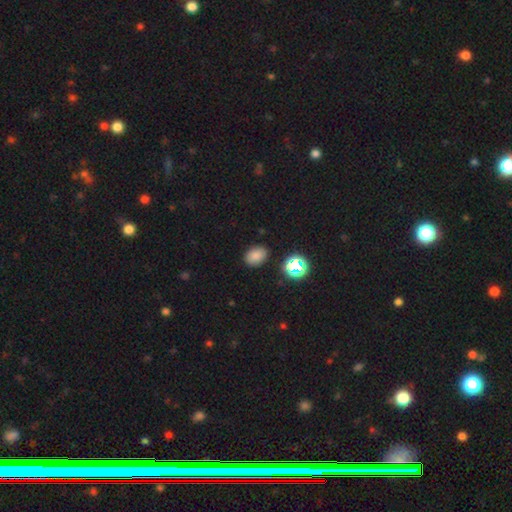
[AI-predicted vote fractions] smooth-or-featured: smooth: 79% | star or artifact: 16% | featured or disk: 5%
  how-rounded: in between: 71% | round: 28% | cigar-shaped: 1%
  merging: none: 86% | minor disturbance: 10% | major disturbance: 3% | merger: 2%